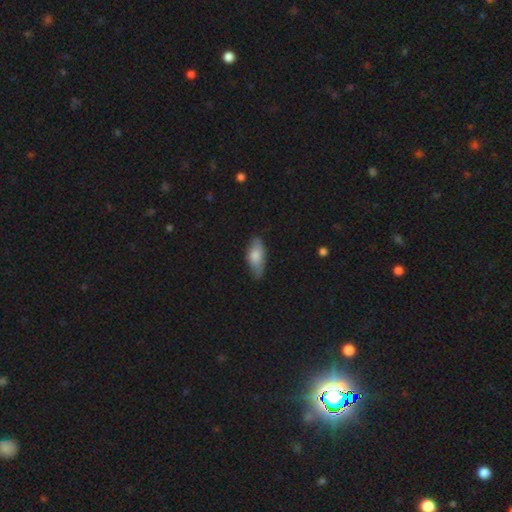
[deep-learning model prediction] Smooth or featured: smooth — 74% (featured or disk — 20%)
How rounded: in between — 82% (cigar-shaped — 15%)
Merging: none — 67% (minor disturbance — 27%)